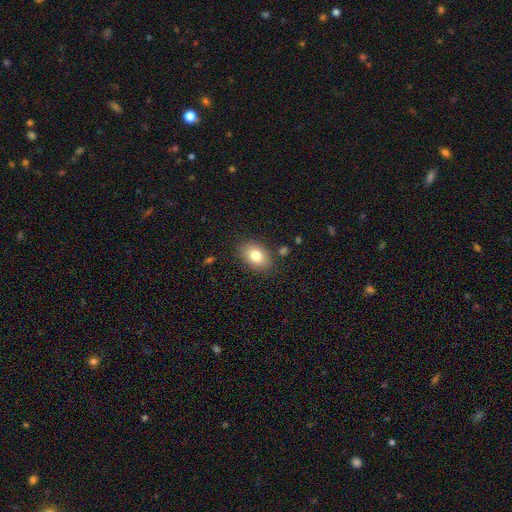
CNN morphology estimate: A smooth galaxy with no disk features (80%) that is in between round and cigar-shaped (79%).

Vote fractions:
- Smooth or featured? smooth: 80% / featured or disk: 12% / star or artifact: 9%
- How rounded? in between: 79% / round: 19% / cigar-shaped: 1%
- Merging? none: 84% / minor disturbance: 11% / major disturbance: 3% / merger: 2%